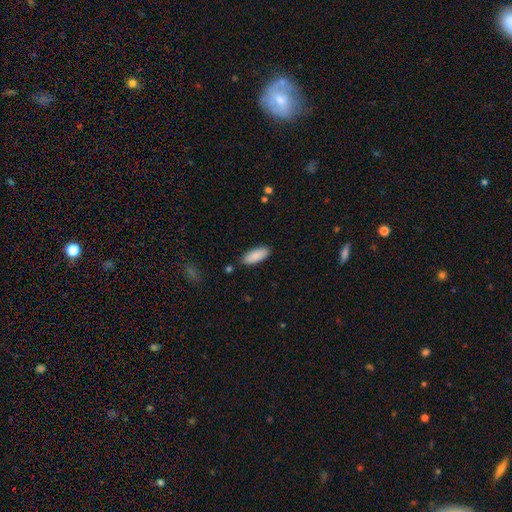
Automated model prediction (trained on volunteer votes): Overall: smooth (89%). How rounded: in between (78%). Merging: none (85%).